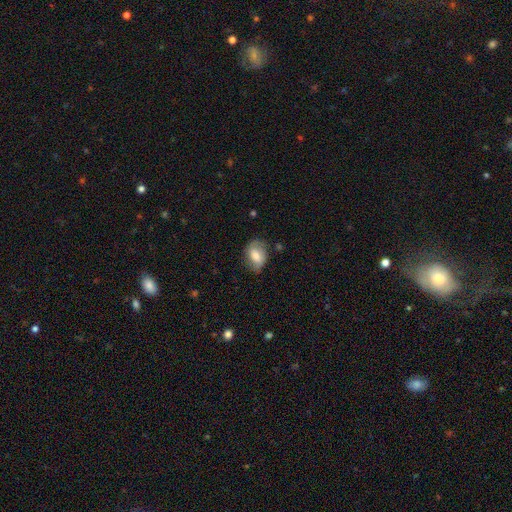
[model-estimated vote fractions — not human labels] Smooth or featured: smooth — 66% (featured or disk — 26%)
How rounded: in between — 75% (round — 24%)
Merging: none — 68% (minor disturbance — 23%)